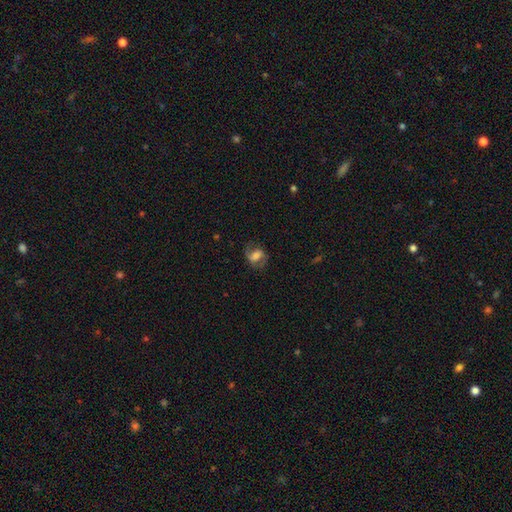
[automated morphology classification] Smooth or featured? smooth (51%)
How rounded? in between (68%)
Merging? none (63%)